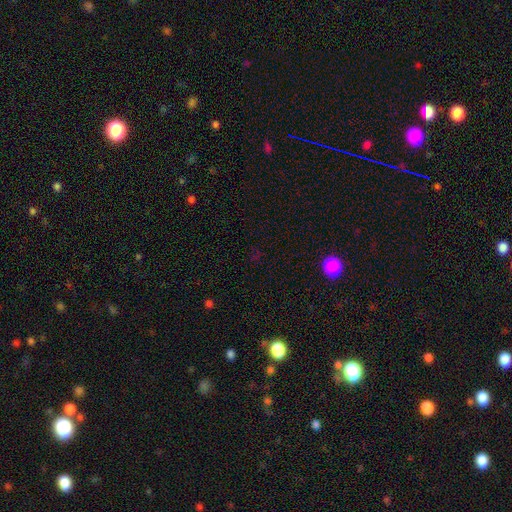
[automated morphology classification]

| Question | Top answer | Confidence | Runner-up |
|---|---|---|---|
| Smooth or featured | star or artifact | 65% | smooth (28%) |